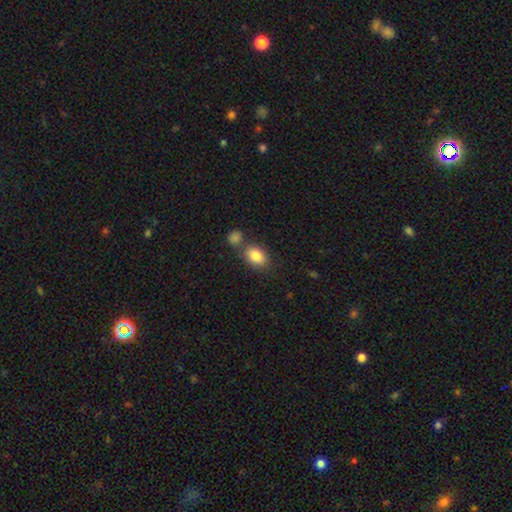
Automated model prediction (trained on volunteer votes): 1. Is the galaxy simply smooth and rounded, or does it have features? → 85% smooth, 8% star or artifact, 7% featured or disk.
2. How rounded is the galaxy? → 84% in between, 14% round, 2% cigar-shaped.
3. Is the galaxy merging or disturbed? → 59% none, 25% merger, 12% minor disturbance, 4% major disturbance.